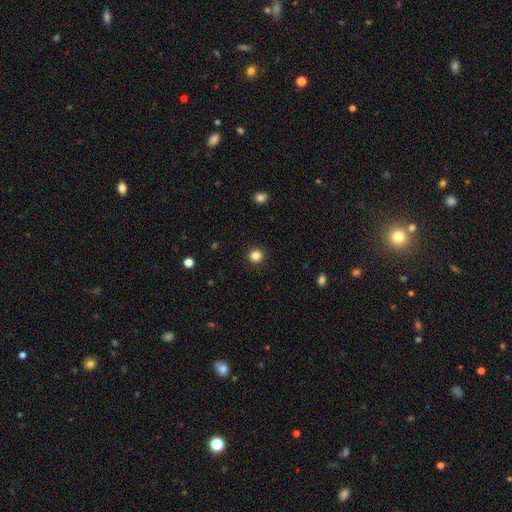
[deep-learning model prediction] Smooth or featured? smooth (84%)
How rounded? round (94%)
Merging? none (92%)